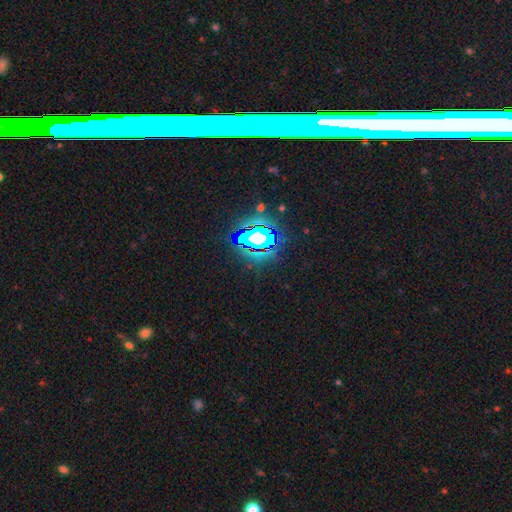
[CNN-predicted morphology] type=star or artifact (72%).